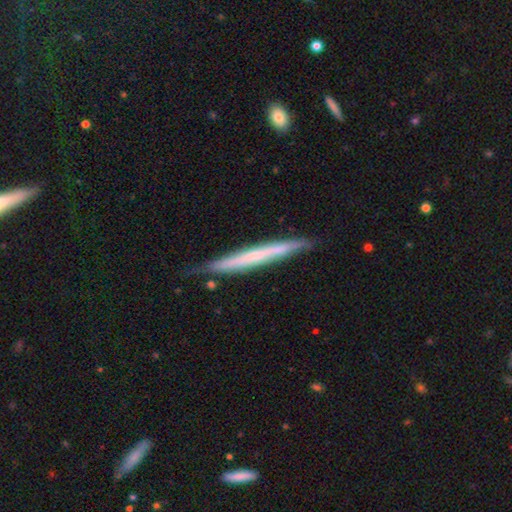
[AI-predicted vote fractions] Overall: featured or disk (52%; smooth 42%). Edge-on disk: yes (95%). Merging: none (80%).